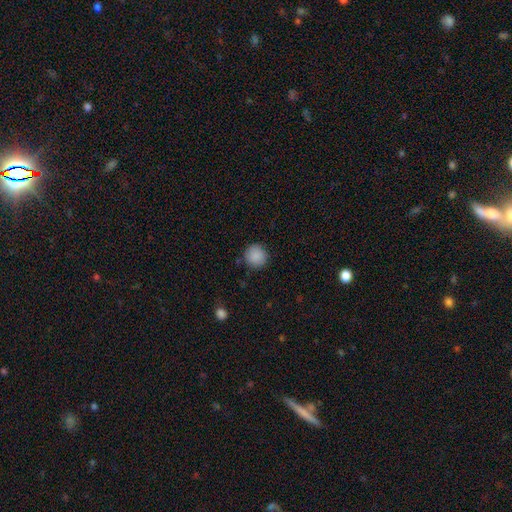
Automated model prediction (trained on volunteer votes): smooth_or_featured: smooth (p=0.88) [alt: star or artifact p=0.08]
how_rounded: round (p=0.93) [alt: in between p=0.06]
merging: none (p=0.87) [alt: minor disturbance p=0.09]